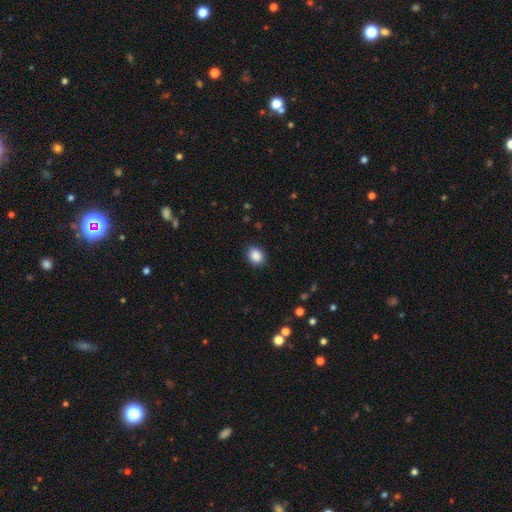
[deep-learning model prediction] The model was most divided on "how rounded": round: 50%, in between: 49%, cigar-shaped: 1%. More confident: smooth or featured — smooth (88%); merging — none (88%).